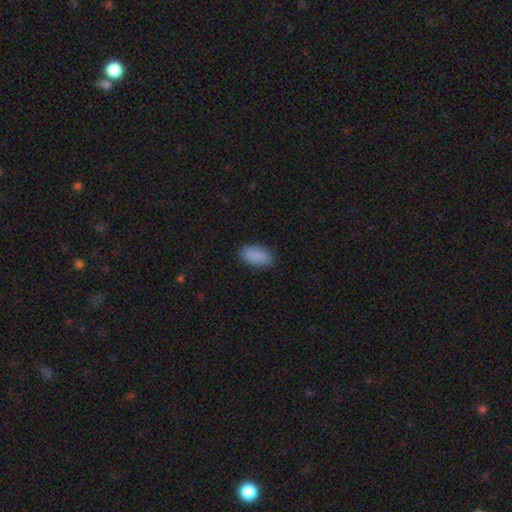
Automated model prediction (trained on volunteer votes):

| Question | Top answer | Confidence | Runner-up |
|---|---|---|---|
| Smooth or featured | smooth | 89% | star or artifact (7%) |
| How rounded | in between | 94% | round (4%) |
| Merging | none | 85% | minor disturbance (12%) |